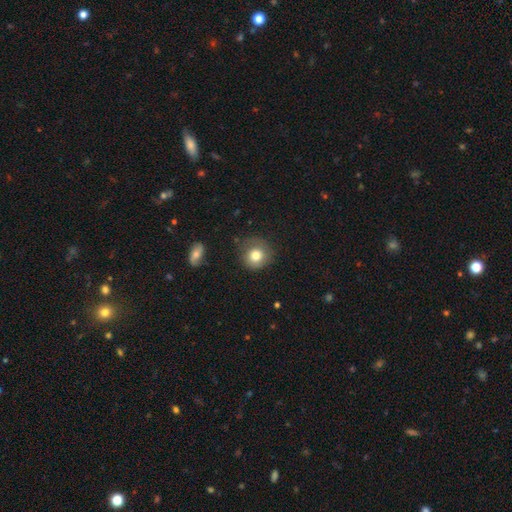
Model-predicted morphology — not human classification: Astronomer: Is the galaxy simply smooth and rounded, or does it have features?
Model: smooth — 75%.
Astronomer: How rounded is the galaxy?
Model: round — 86%.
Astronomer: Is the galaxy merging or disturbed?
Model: none — 68%.